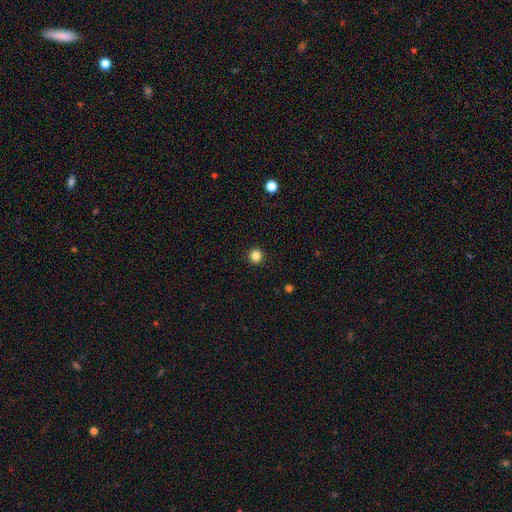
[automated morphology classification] Smooth or featured?
  - smooth: 84% *
  - star or artifact: 12%
  - featured or disk: 4%
How rounded?
  - round: 96% *
  - in between: 3%
  - cigar-shaped: 1%
Merging?
  - none: 93% *
  - minor disturbance: 4%
  - major disturbance: 2%
  - merger: 1%